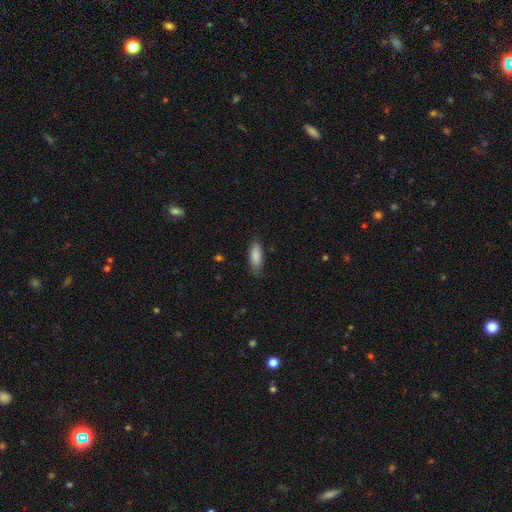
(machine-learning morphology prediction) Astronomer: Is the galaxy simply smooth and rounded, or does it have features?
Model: smooth — 87%.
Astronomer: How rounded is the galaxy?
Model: in between — 67%.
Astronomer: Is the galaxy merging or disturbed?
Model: none — 78%.